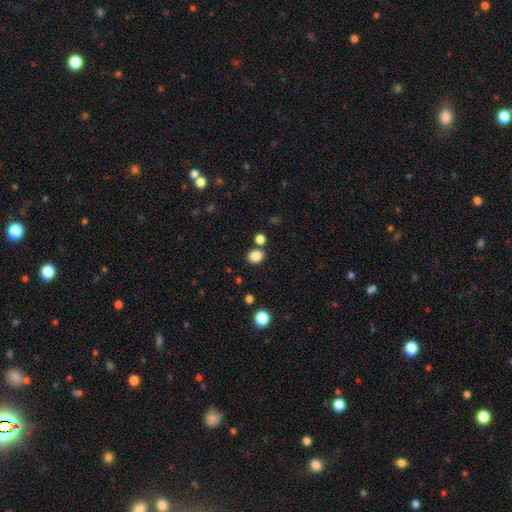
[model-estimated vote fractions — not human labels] smooth_or_featured: smooth (p=0.84) [alt: star or artifact p=0.11]
how_rounded: round (p=0.58) [alt: in between p=0.41]
merging: none (p=0.76) [alt: merger p=0.11]